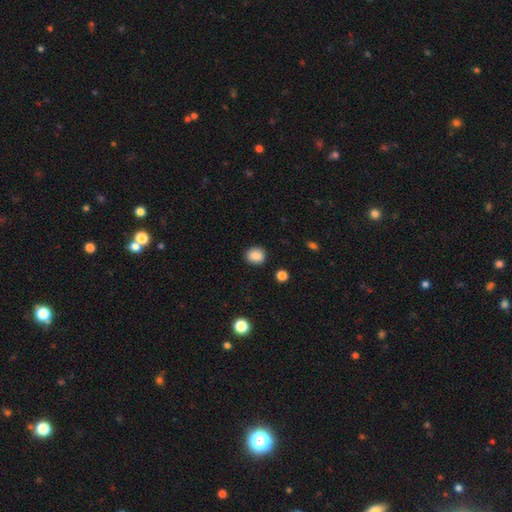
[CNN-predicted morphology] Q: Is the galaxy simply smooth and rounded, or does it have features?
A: smooth — 87%.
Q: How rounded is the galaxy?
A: round — 69%.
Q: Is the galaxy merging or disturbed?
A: none — 88%.